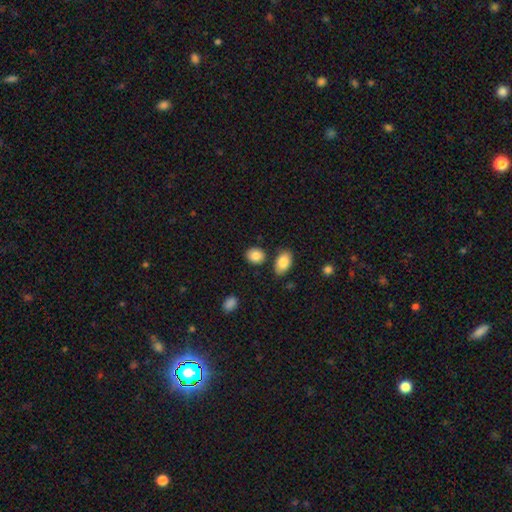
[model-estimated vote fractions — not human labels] Smooth or featured? Predicted: smooth (p=0.86). How rounded? Predicted: round (p=0.53). Merging? Predicted: none (p=0.80).